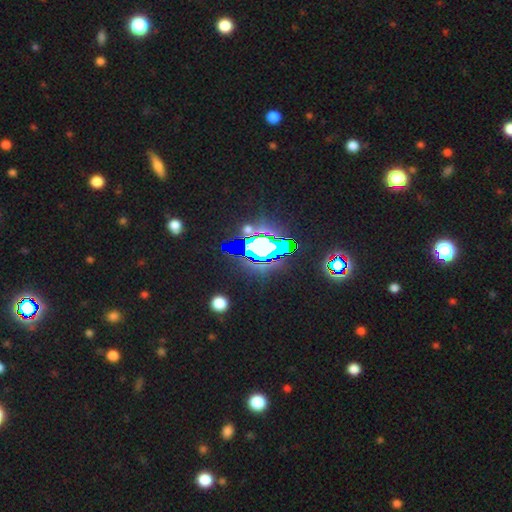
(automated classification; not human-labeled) Smooth or featured: star or artifact — 84% (smooth — 9%)